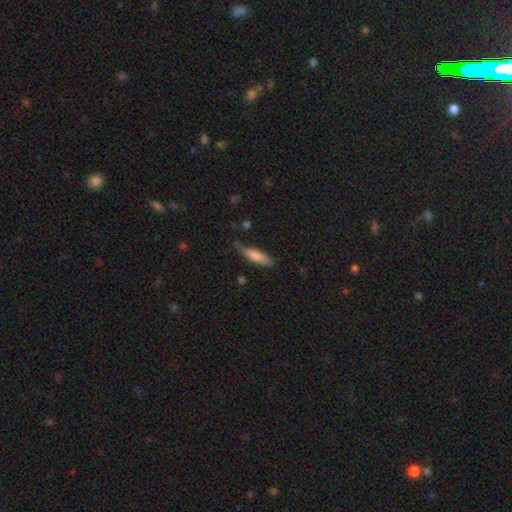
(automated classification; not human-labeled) smooth-or-featured: smooth: 79% | featured or disk: 15% | star or artifact: 6%
  how-rounded: cigar-shaped: 66% | in between: 32% | round: 2%
  merging: none: 63% | minor disturbance: 28% | major disturbance: 6% | merger: 2%